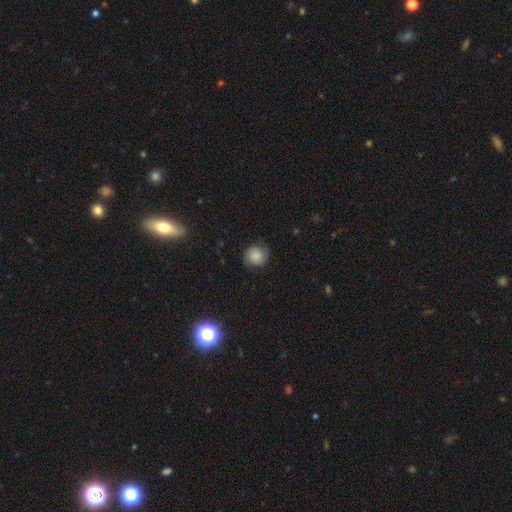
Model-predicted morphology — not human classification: This appears to be a smooth galaxy with no disk features (64%) that is round (84%). Merging: none (78%).